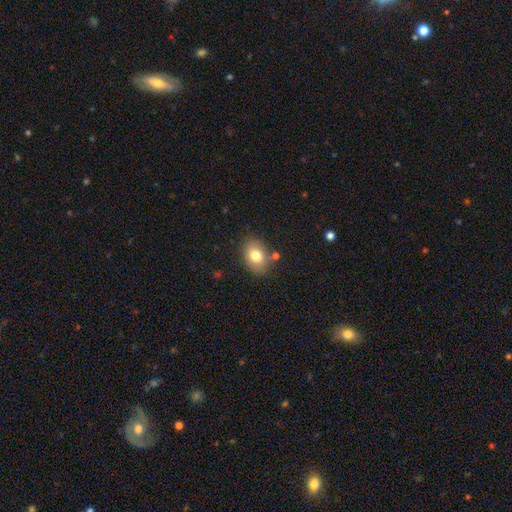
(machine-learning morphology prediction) This appears to be a smooth galaxy with no disk features (77%) that is in between round and cigar-shaped (69%). Merging: none (76%).